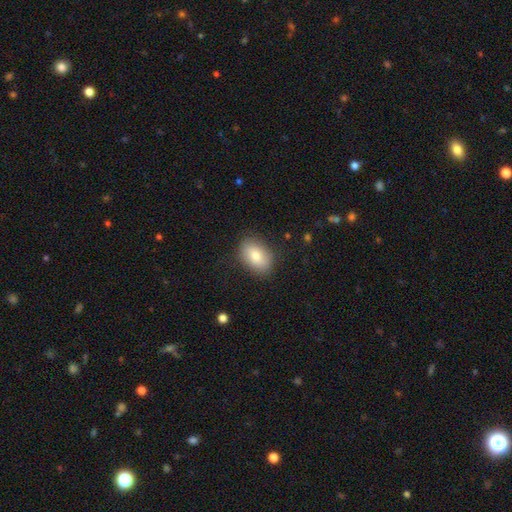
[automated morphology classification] Smooth or featured? smooth (78%)
How rounded? in between (84%)
Merging? none (84%)